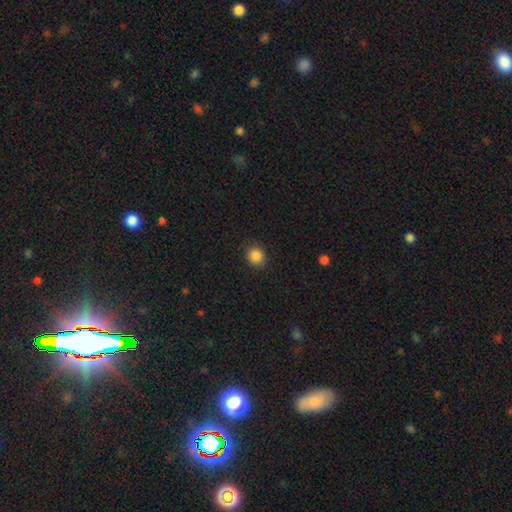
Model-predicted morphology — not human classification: type=smooth (88%); roundness=round (71%); merging=none (89%).